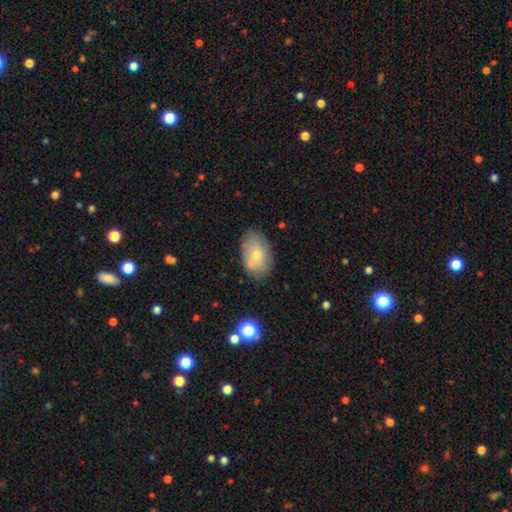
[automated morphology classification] smooth_or_featured: smooth (p=0.66) [alt: featured or disk p=0.25]
how_rounded: in between (p=0.90) [alt: round p=0.09]
merging: none (p=0.73) [alt: minor disturbance p=0.17]